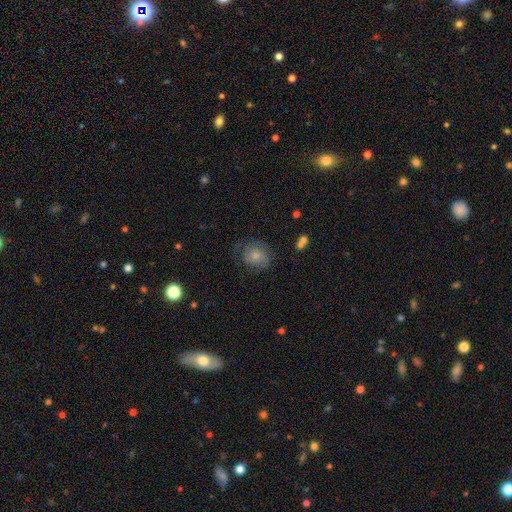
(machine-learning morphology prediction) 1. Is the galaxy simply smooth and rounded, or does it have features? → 65% smooth, 26% featured or disk, 9% star or artifact.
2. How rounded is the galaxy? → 67% round, 32% in between, 1% cigar-shaped.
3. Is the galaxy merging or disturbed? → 55% none, 26% minor disturbance, 17% major disturbance, 2% merger.